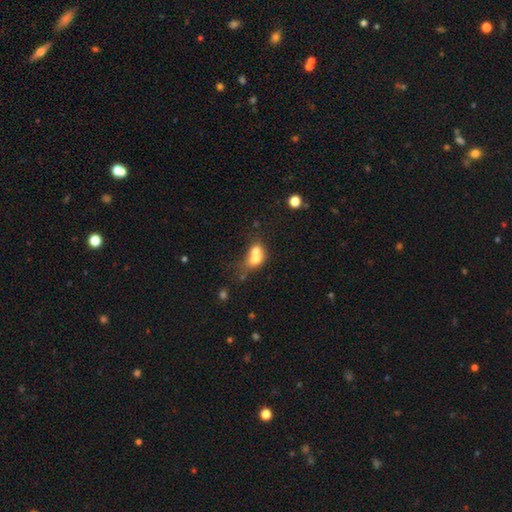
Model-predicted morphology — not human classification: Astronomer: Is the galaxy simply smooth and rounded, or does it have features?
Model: smooth — 66%.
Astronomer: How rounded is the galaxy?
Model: round — 51% (runner-up: in between, 47%).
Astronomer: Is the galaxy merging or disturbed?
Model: merger — 70%.